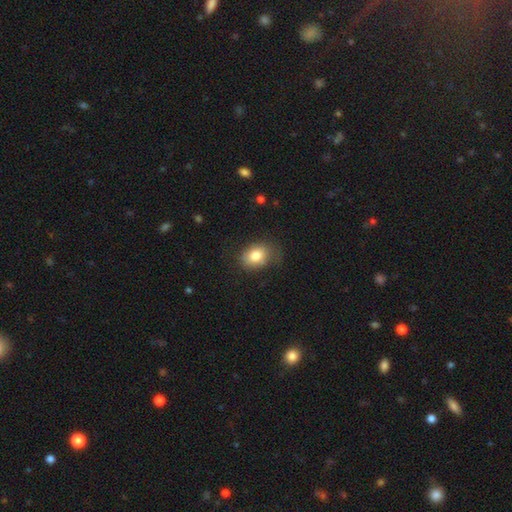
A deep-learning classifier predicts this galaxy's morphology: type=smooth (81%); roundness=in between (71%); merging=none (64%).